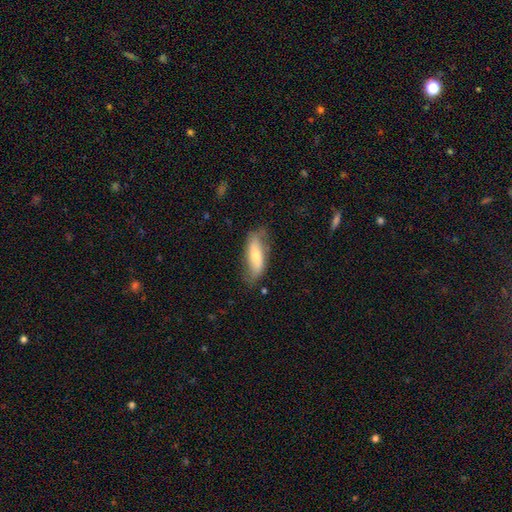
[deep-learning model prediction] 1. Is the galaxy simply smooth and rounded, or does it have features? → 56% smooth, 37% featured or disk, 6% star or artifact.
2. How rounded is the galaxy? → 65% in between, 32% cigar-shaped, 3% round.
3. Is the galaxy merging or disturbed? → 65% none, 26% minor disturbance, 7% major disturbance, 2% merger.